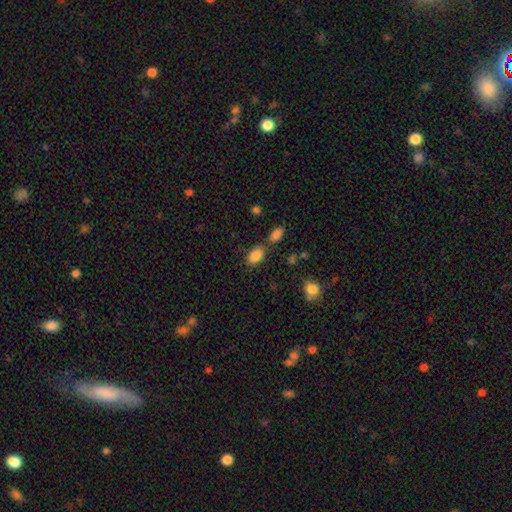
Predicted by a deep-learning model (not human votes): smooth 86%, star or artifact 9%, featured or disk 5%. Down the decision tree: how rounded — in between (89%); merging — none (62%).